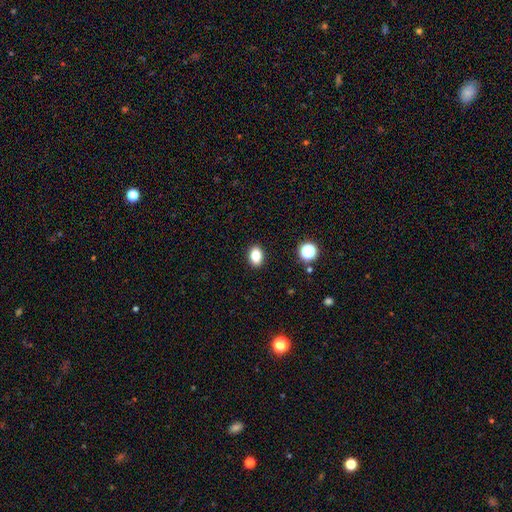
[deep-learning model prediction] The model was most divided on "how rounded": in between: 75%, round: 24%, cigar-shaped: 1%. More confident: merging — none (90%); smooth or featured — smooth (84%).